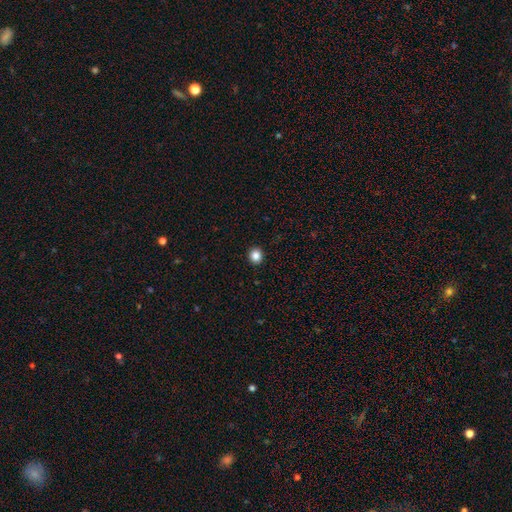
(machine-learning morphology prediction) Overall: smooth (85%). How rounded: round (85%). Merging: none (93%).